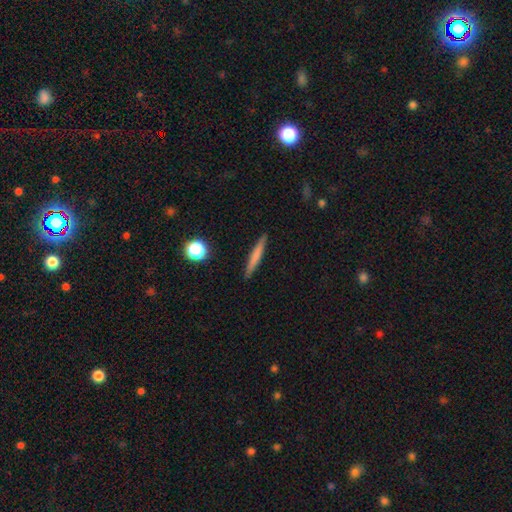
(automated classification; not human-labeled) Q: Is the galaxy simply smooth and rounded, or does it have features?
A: smooth — 64%.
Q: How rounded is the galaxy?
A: cigar-shaped — 94%.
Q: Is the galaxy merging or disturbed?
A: none — 90%.